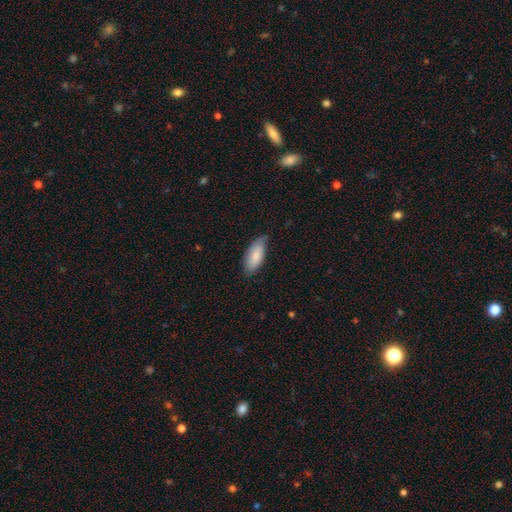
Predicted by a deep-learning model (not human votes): smooth 82%, featured or disk 12%, star or artifact 5%. Down the decision tree: how rounded — in between (86%); merging — none (64%).